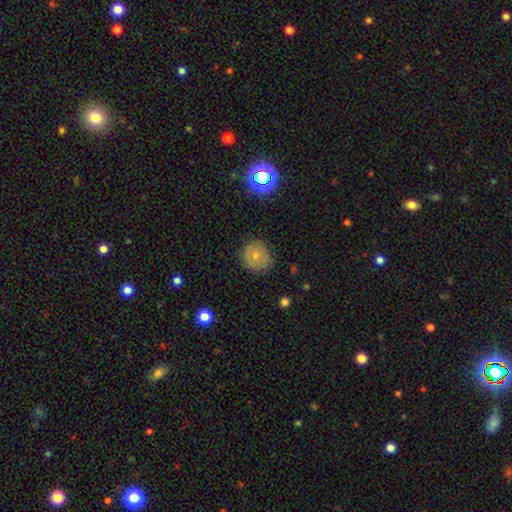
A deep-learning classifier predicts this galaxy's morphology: This appears to be a smooth galaxy with no disk features (66%) that is round (86%). Merging: none (80%).